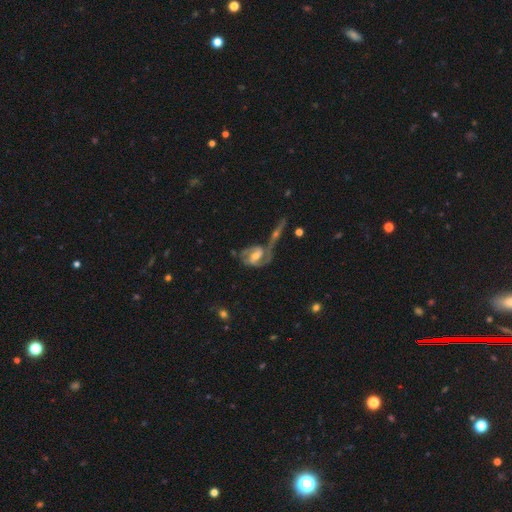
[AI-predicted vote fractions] smooth_or_featured: featured or disk (p=0.85) [alt: smooth p=0.09]
disk_edge_on: no (p=0.95) [alt: yes p=0.05]
bar: weak (p=0.49) [alt: strong p=0.29]
has_spiral_arms: yes (p=0.94) [alt: no p=0.06]
spiral_winding: medium (p=0.52) [alt: tight p=0.31]
spiral_arm_count: 2 (p=0.83) [alt: can't tell p=0.07]
bulge_size: moderate (p=0.58) [alt: small p=0.32]
merging: merger (p=0.39) [alt: none p=0.37]